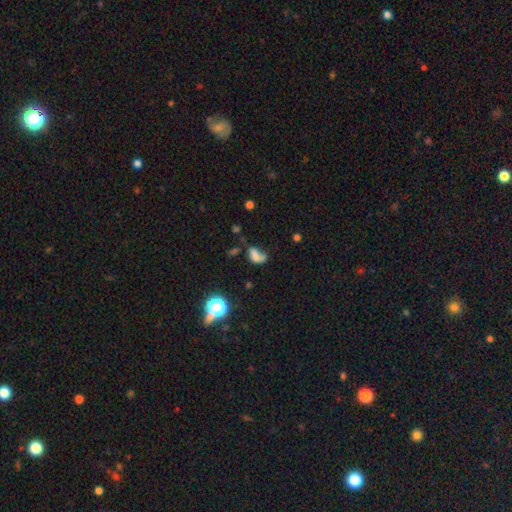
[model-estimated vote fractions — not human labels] Q: Smooth or featured?
A: smooth (60%); runner-up: featured or disk (22%)
Q: How rounded?
A: in between (80%); runner-up: round (16%)
Q: Merging?
A: major disturbance (32%); runner-up: none (30%)